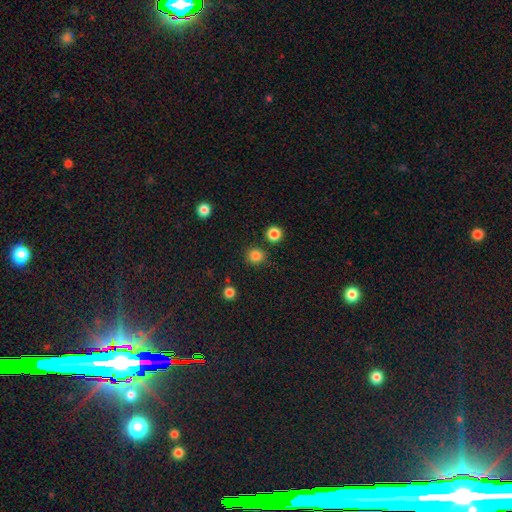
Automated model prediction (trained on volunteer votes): This appears to be a smooth galaxy with no disk features (83%) that is round (92%). Merging: none (89%).